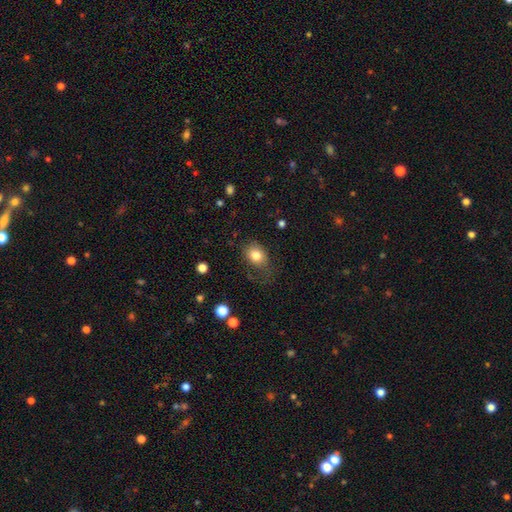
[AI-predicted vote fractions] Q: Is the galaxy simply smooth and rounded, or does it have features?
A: smooth — 81%.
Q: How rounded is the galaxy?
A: in between — 60%.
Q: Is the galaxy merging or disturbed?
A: none — 55%.